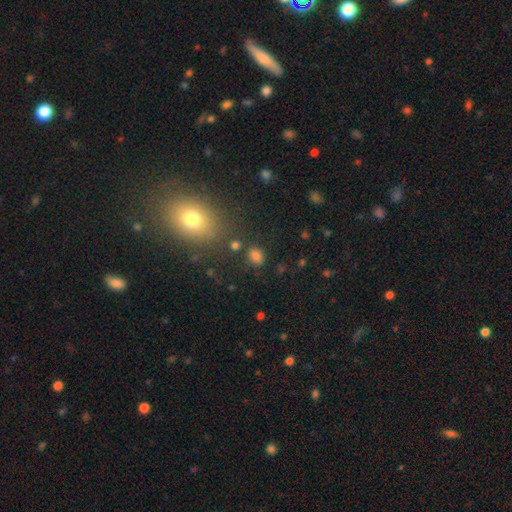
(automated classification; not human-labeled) Smooth or featured: smooth — 76% (star or artifact — 18%)
How rounded: in between — 63% (round — 36%)
Merging: none — 79% (minor disturbance — 11%)